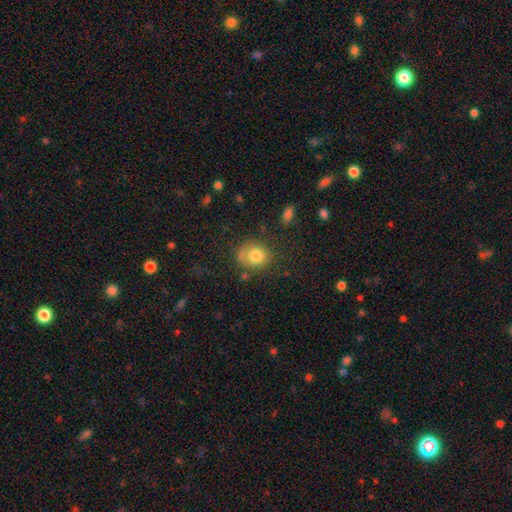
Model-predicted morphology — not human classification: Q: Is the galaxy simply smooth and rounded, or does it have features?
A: smooth — 76%.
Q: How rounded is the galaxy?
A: round — 65%.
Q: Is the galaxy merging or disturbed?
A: none — 58%.